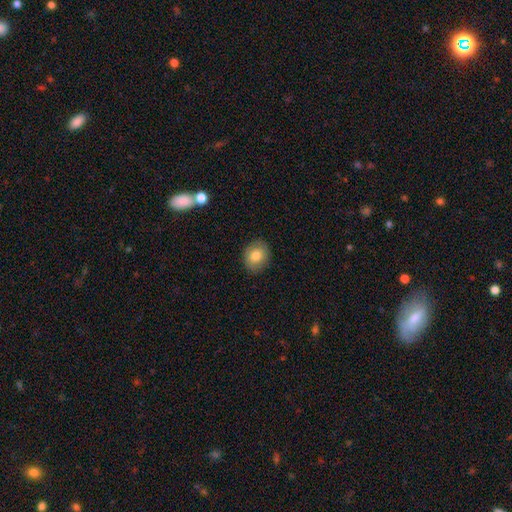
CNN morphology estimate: type=smooth (79%); roundness=round (53%); merging=none (87%).